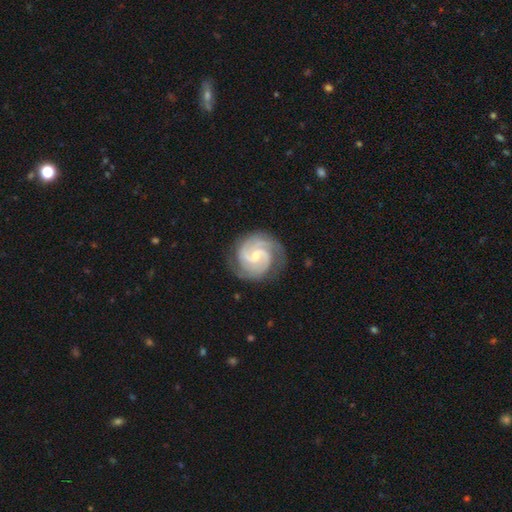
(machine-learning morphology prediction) type=featured or disk (92%); edge-on=no (98%); bar=weak (51%); spiral arms=yes (98%); winding=tight (59%); arm count=3 (37%, tied with 2); bulge=small (65%); merging=none (80%).